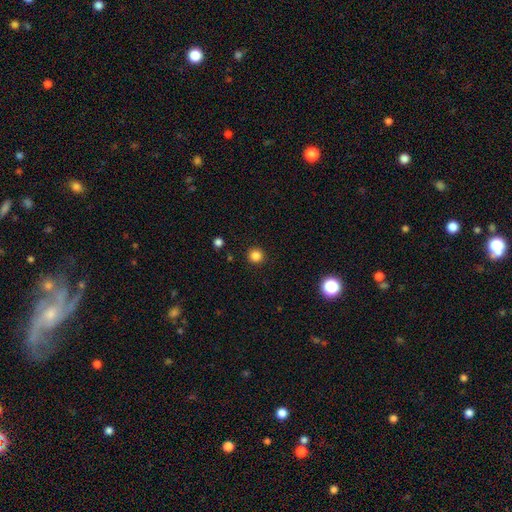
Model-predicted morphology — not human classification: This appears to be a smooth galaxy with no disk features (85%) that is round (95%). Merging: none (92%).